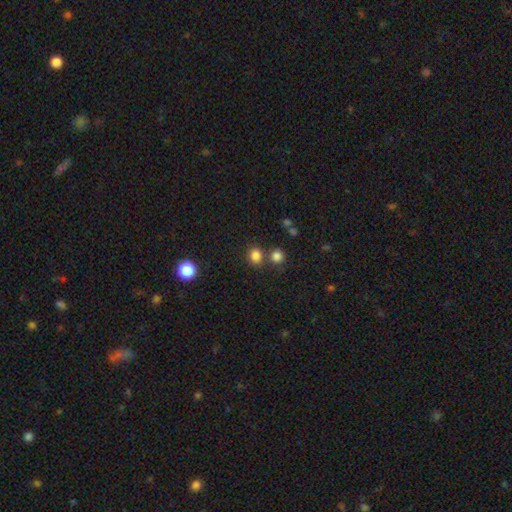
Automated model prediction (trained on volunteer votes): A smooth galaxy with no disk features (82%) that is round (68%).

Vote fractions:
- Smooth or featured? smooth: 82% / star or artifact: 14% / featured or disk: 5%
- How rounded? round: 68% / in between: 31% / cigar-shaped: 1%
- Merging? none: 69% / merger: 18% / minor disturbance: 9% / major disturbance: 3%